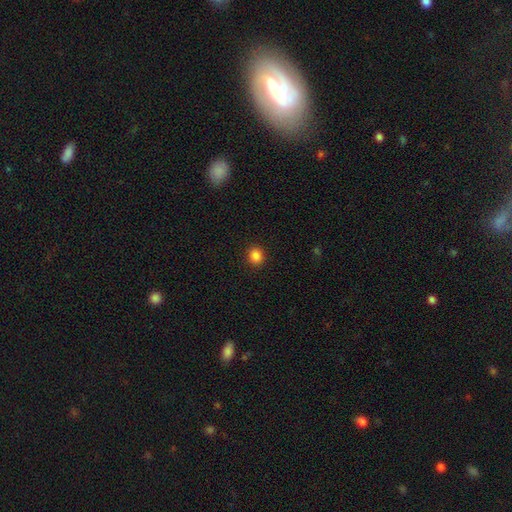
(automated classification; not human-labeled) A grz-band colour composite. It shows a smooth galaxy with no disk features (86%) that is round (76%). Merging: none (91%).